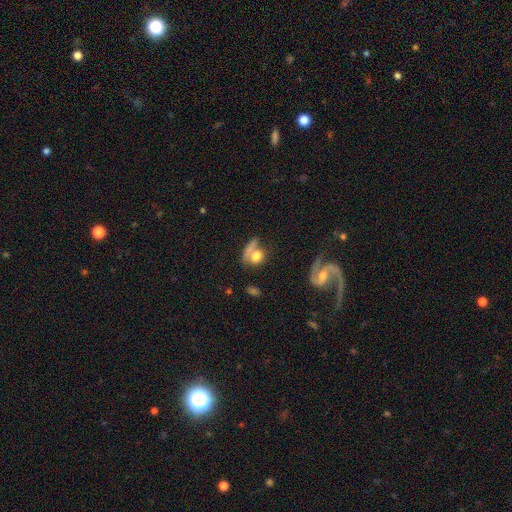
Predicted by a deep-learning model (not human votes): A smooth galaxy with no disk features (65%) that is round (56%).

Vote fractions:
- Smooth or featured? smooth: 65% / featured or disk: 25% / star or artifact: 10%
- How rounded? round: 56% / in between: 39% / cigar-shaped: 5%
- Merging? none: 41% / merger: 29% / minor disturbance: 15% / major disturbance: 14%